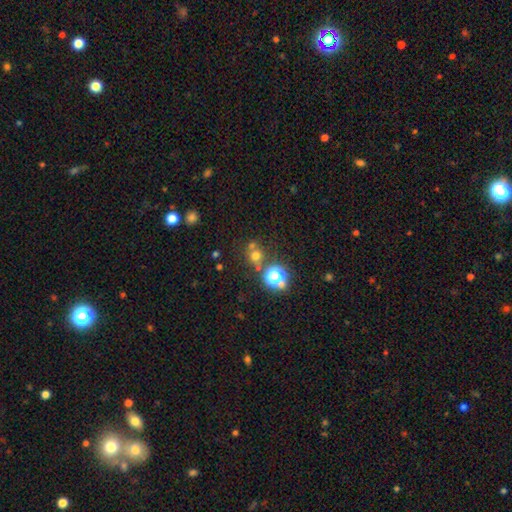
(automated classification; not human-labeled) Q: Smooth or featured?
A: smooth (59%); runner-up: star or artifact (31%)
Q: How rounded?
A: round (88%); runner-up: in between (11%)
Q: Merging?
A: none (64%); runner-up: merger (22%)